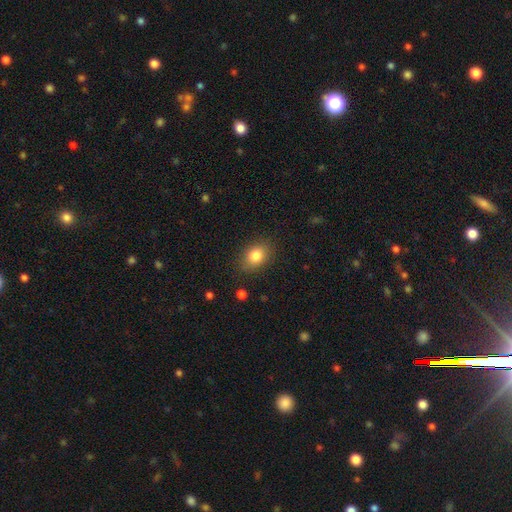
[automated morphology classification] Overall: smooth (82%). How rounded: in between (65%; round 34%). Merging: none (83%).